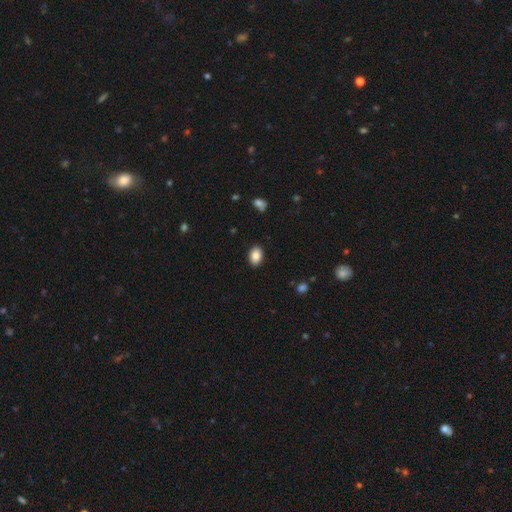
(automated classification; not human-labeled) Overall: smooth (87%). How rounded: in between (84%). Merging: none (89%).